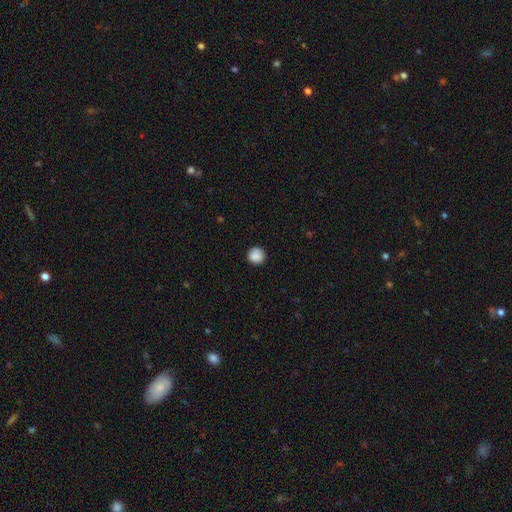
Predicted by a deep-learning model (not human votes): Smooth or featured? smooth (87%)
How rounded? round (91%)
Merging? none (84%)